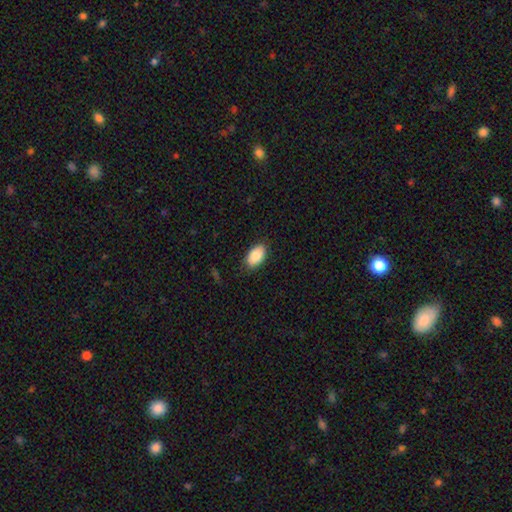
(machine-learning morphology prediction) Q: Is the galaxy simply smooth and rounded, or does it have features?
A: smooth — 86%.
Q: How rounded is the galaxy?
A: in between — 93%.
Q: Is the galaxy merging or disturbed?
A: none — 85%.